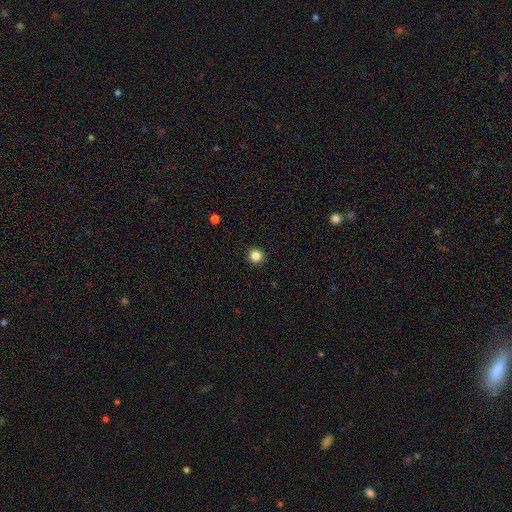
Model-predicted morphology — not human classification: Smooth or featured: smooth — 85% (star or artifact — 11%)
How rounded: round — 94% (in between — 5%)
Merging: none — 93% (minor disturbance — 4%)